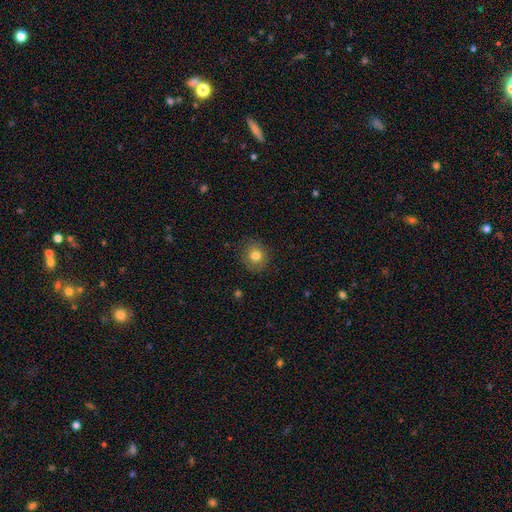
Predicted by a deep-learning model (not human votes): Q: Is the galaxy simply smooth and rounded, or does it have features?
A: smooth — 79%.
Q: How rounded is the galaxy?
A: round — 85%.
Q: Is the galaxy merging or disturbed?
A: none — 85%.